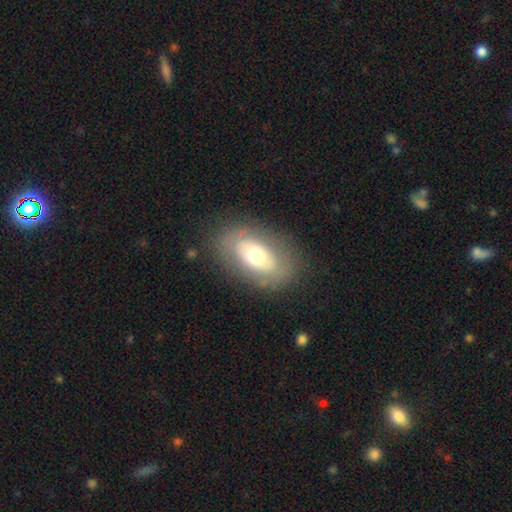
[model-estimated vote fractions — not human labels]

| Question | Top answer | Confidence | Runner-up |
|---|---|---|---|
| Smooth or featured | smooth | 54% | featured or disk (38%) |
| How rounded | in between | 87% | round (12%) |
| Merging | none | 82% | minor disturbance (11%) |